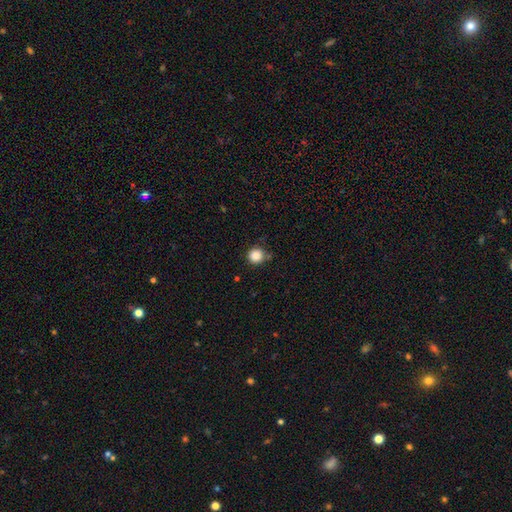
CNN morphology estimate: This appears to be a smooth galaxy with no disk features (86%) that is round (94%). Merging: none (82%).